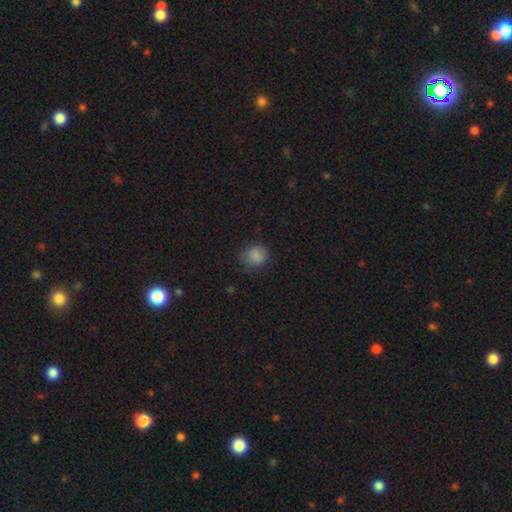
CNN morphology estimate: smooth_or_featured: smooth (p=0.85) [alt: star or artifact p=0.10]
how_rounded: round (p=0.72) [alt: in between p=0.27]
merging: none (p=0.75) [alt: minor disturbance p=0.18]